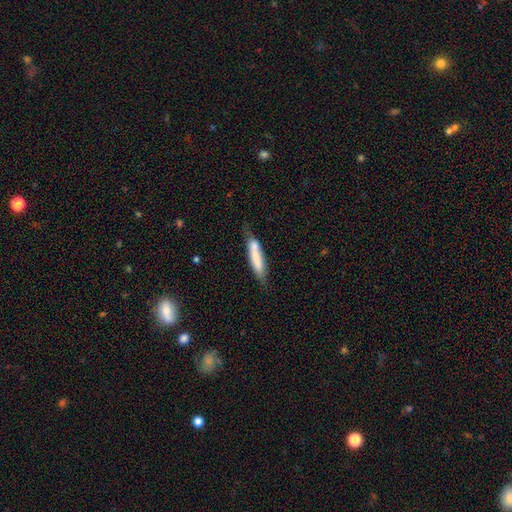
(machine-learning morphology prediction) Smooth or featured? Predicted: smooth (p=0.68). How rounded? Predicted: cigar-shaped (p=0.81). Merging? Predicted: none (p=0.56).